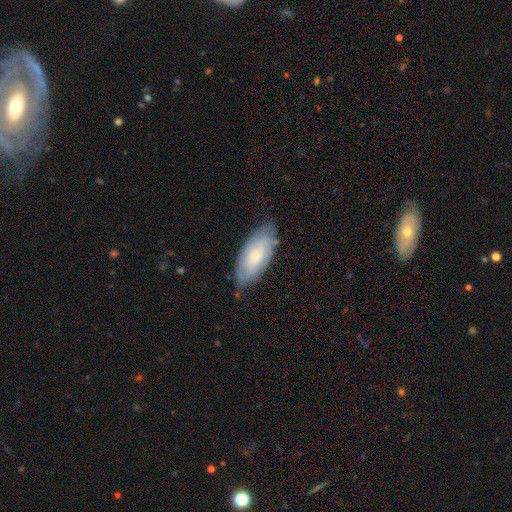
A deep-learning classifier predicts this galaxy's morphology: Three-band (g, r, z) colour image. It shows a smooth galaxy with no disk features (55%) that is in between round and cigar-shaped (86%). Merging: none (71%).